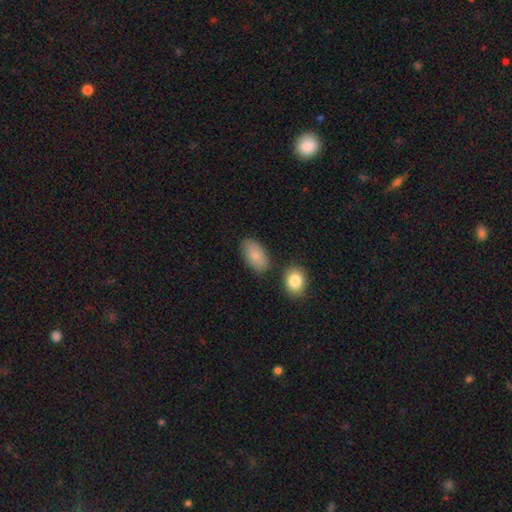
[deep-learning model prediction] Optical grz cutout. It shows a smooth galaxy with no disk features (82%) that is in between round and cigar-shaped (93%). Merging: none (77%).